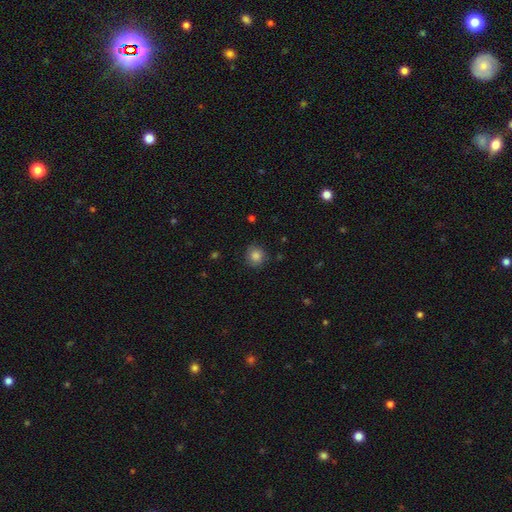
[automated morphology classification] smooth-or-featured: smooth: 84% | star or artifact: 10% | featured or disk: 6%
  how-rounded: round: 87% | in between: 12% | cigar-shaped: 1%
  merging: none: 83% | minor disturbance: 12% | major disturbance: 3% | merger: 1%